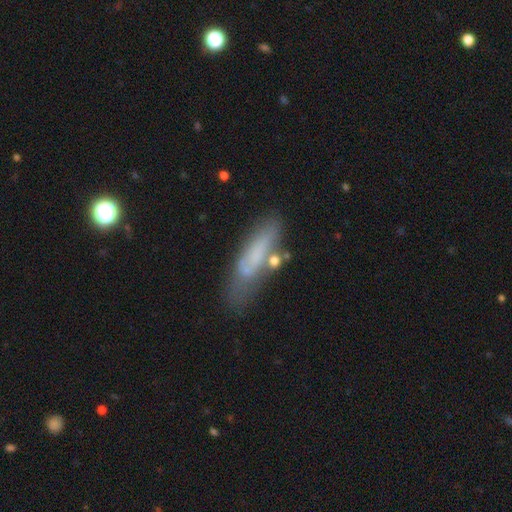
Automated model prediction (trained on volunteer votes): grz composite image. It shows a smooth galaxy with no disk features (53%) that is cigar-shaped (64%). Merging: none (50%).